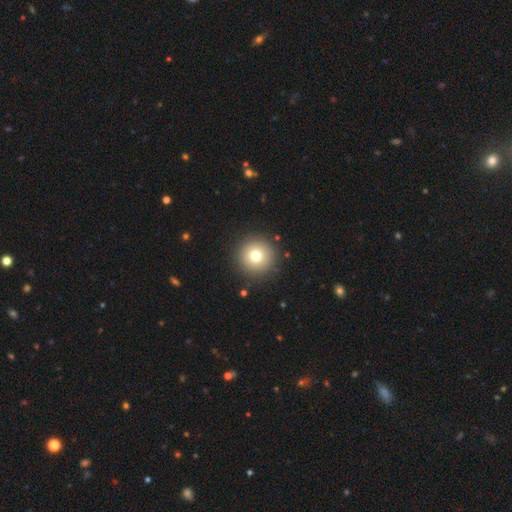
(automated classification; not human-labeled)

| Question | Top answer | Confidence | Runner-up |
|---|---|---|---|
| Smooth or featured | smooth | 75% | featured or disk (13%) |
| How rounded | round | 96% | in between (3%) |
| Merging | none | 91% | minor disturbance (5%) |